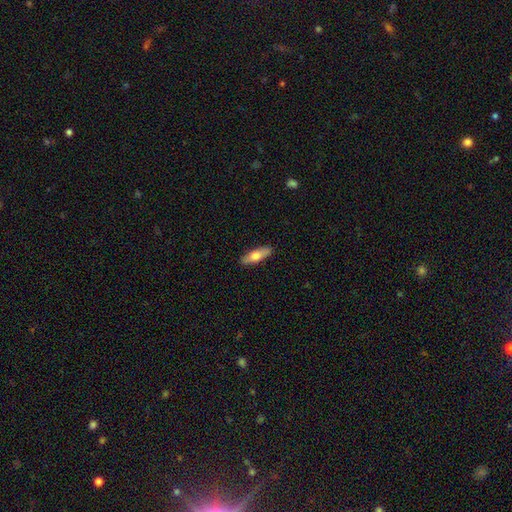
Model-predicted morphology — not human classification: smooth-or-featured: smooth: 66% | featured or disk: 29% | star or artifact: 6%
  how-rounded: in between: 50% | cigar-shaped: 48% | round: 2%
  merging: none: 90% | minor disturbance: 8% | major disturbance: 2% | merger: 1%